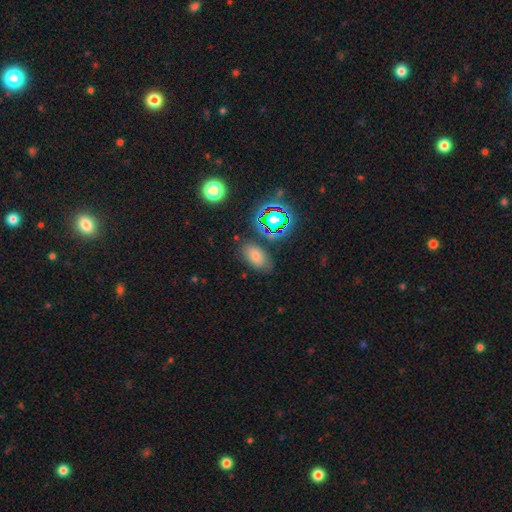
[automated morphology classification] smooth 59%, star or artifact 28%, featured or disk 13%. Down the decision tree: how rounded — in between (86%); merging — none (77%).